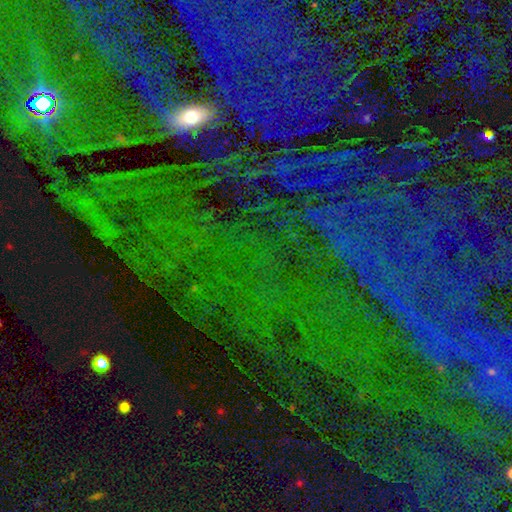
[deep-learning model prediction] This appears to be a star or artifact, not a galaxy (79%).